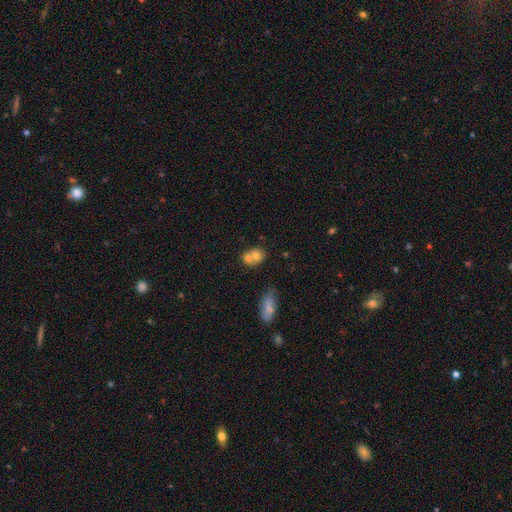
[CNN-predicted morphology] Overall: smooth (69%). How rounded: round (51%; in between 47%). Merging: merger (61%; none 27%).